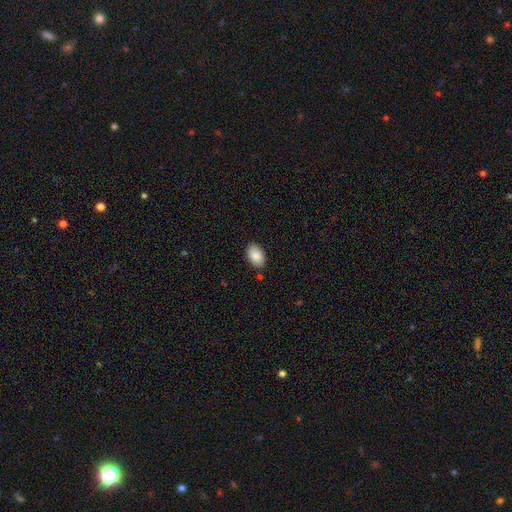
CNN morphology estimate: Overall: smooth (87%). How rounded: in between (91%). Merging: none (85%).